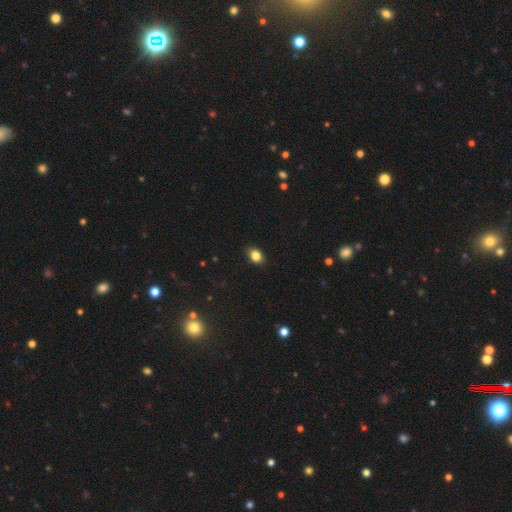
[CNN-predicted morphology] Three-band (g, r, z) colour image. It shows a smooth galaxy with no disk features (85%) that is in between round and cigar-shaped (73%). Merging: none (87%).